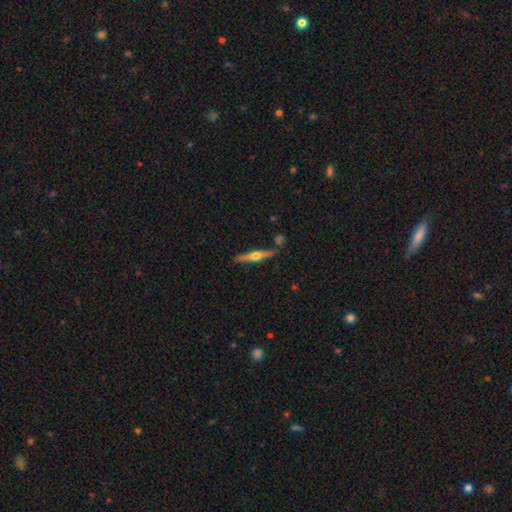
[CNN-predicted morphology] smooth_or_featured: featured or disk (p=0.72) [alt: smooth p=0.23]
disk_edge_on: yes (p=0.97) [alt: no p=0.03]
edge_on_bulge: rounded (p=0.94) [alt: boxy p=0.03]
merging: none (p=0.84) [alt: minor disturbance p=0.09]